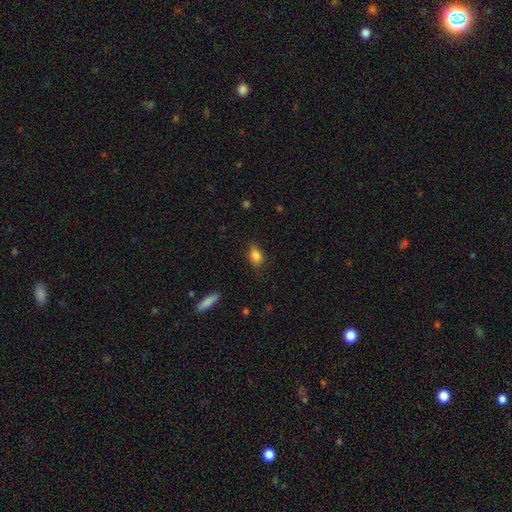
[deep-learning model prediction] Smooth or featured? Predicted: smooth (p=0.86). How rounded? Predicted: in between (p=0.80). Merging? Predicted: none (p=0.76).